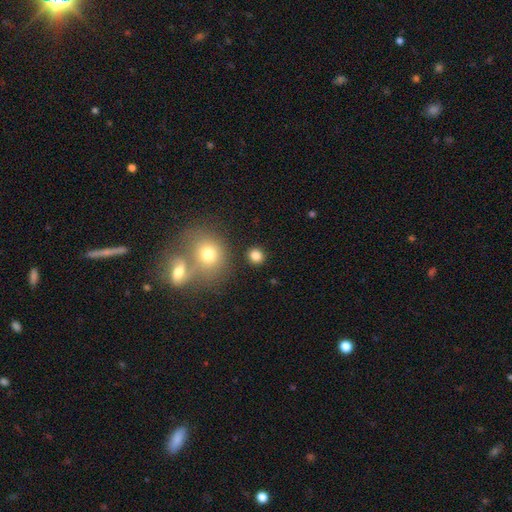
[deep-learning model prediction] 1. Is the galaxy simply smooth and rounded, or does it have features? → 82% smooth, 12% star or artifact, 6% featured or disk.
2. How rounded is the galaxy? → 86% round, 13% in between, 1% cigar-shaped.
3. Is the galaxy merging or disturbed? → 86% none, 6% minor disturbance, 5% merger, 3% major disturbance.